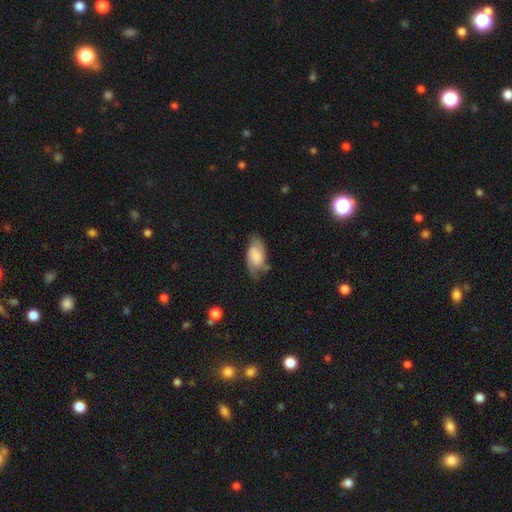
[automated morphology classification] A smooth galaxy with no disk features (52%) that is in between round and cigar-shaped (93%).

Vote fractions:
- Smooth or featured? smooth: 52% / featured or disk: 40% / star or artifact: 8%
- How rounded? in between: 93% / round: 4% / cigar-shaped: 4%
- Merging? none: 55% / minor disturbance: 30% / major disturbance: 12% / merger: 3%